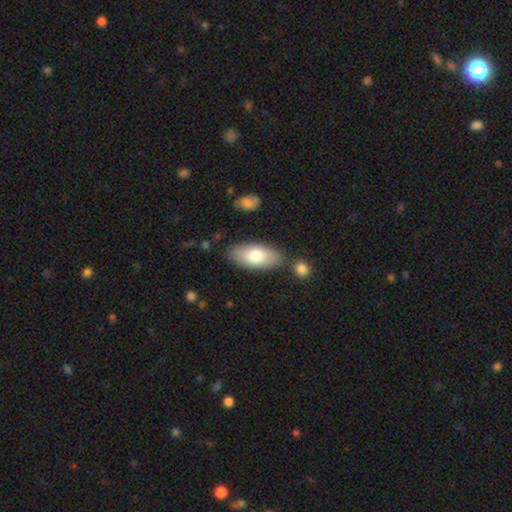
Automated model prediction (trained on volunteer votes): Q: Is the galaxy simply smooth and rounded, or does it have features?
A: smooth — 76%.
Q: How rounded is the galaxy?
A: in between — 89%.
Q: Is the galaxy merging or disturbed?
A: none — 80%.